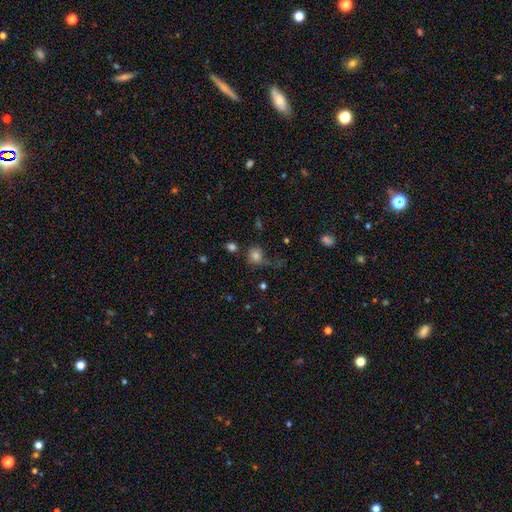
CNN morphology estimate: A smooth galaxy with no disk features (75%) that is round (76%). Merging: none (48%).